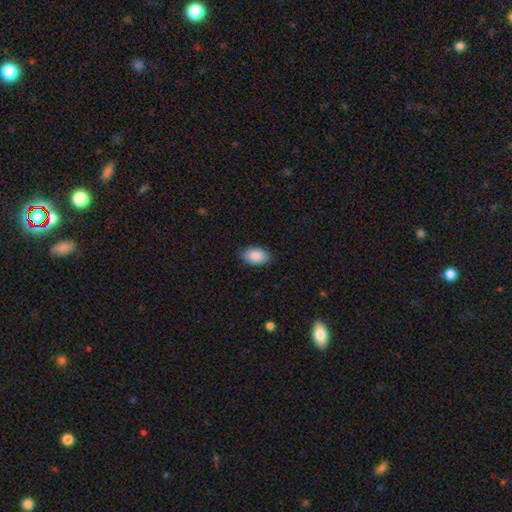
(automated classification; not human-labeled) The model was most divided on "merging": none: 86%, minor disturbance: 11%, major disturbance: 2%, merger: 1%. More confident: how rounded — in between (94%); smooth or featured — smooth (89%).